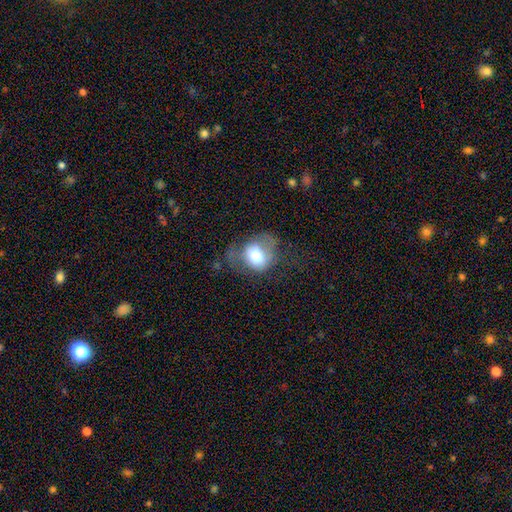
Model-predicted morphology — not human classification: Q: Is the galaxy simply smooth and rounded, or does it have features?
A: smooth — 66%.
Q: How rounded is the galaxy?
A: in between — 51%.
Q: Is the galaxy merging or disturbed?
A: major disturbance — 38%.